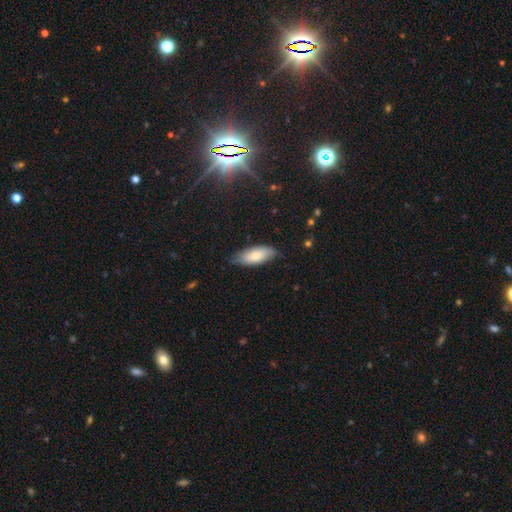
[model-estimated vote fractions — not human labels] smooth 71%, featured or disk 23%, star or artifact 6%. Down the decision tree: how rounded — in between (82%); merging — none (73%).